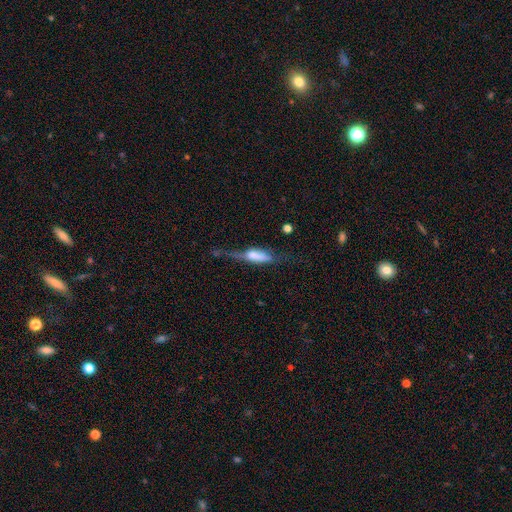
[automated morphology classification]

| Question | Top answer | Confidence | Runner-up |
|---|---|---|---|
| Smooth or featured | featured or disk | 48% | smooth (43%) |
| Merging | none | 36% | major disturbance (30%) |